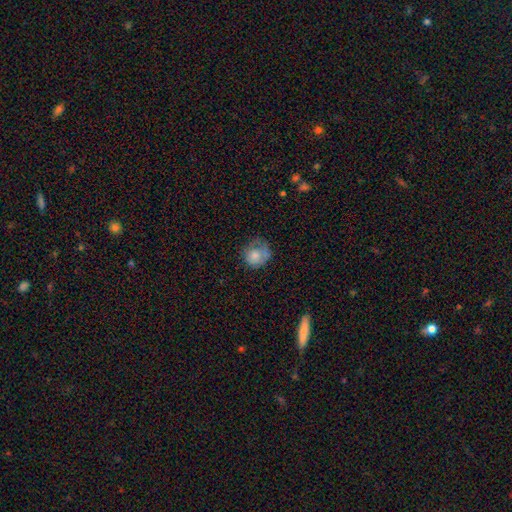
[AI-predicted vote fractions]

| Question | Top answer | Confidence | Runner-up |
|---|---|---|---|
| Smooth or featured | smooth | 74% | featured or disk (17%) |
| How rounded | round | 78% | in between (21%) |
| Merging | none | 48% | minor disturbance (31%) |